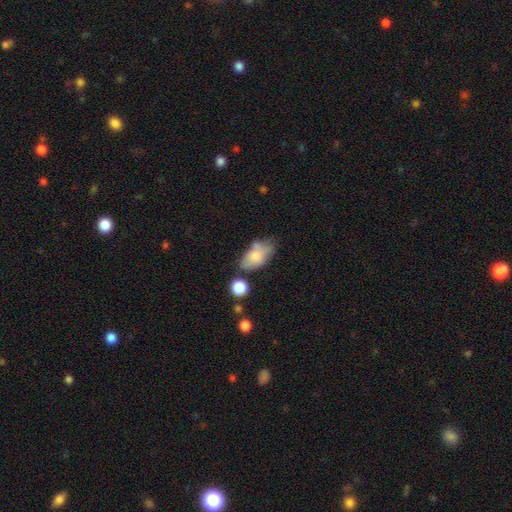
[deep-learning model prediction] The model was most divided on "merging": none: 41%, minor disturbance: 31%, merger: 15%, major disturbance: 13%. More confident: how rounded — in between (90%); smooth or featured — smooth (70%).